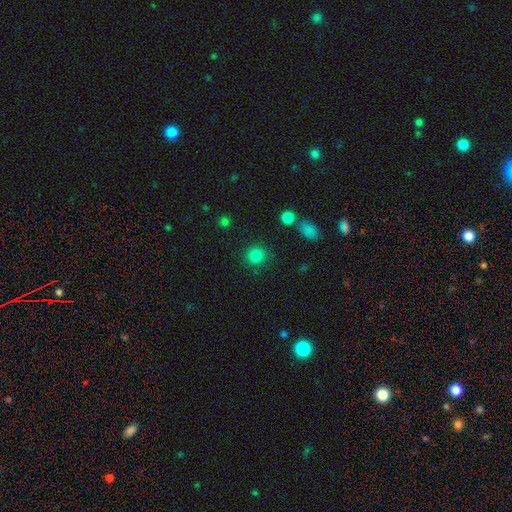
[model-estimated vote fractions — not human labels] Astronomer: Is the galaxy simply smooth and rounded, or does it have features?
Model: smooth — 83%.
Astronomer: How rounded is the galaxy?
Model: round — 91%.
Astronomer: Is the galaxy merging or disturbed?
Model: none — 86%.